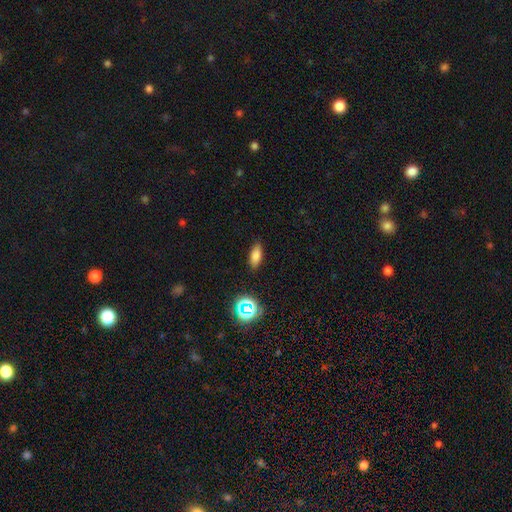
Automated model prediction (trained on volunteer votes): smooth_or_featured: smooth (p=0.78) [alt: star or artifact p=0.14]
how_rounded: in between (p=0.80) [alt: cigar-shaped p=0.16]
merging: none (p=0.86) [alt: minor disturbance p=0.10]